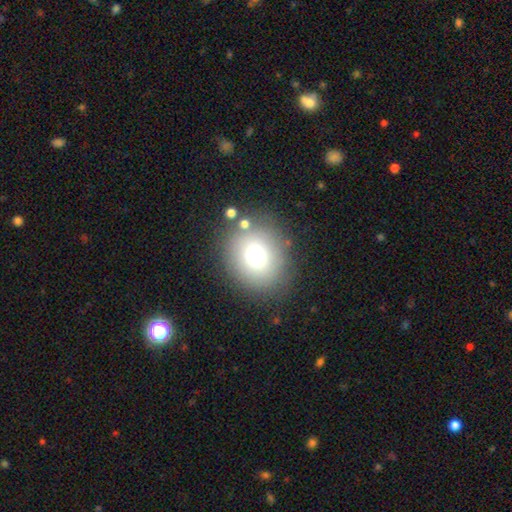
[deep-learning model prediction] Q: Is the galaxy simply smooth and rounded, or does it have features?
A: smooth — 72%.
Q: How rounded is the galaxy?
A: round — 72%.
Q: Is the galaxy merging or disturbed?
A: none — 80%.